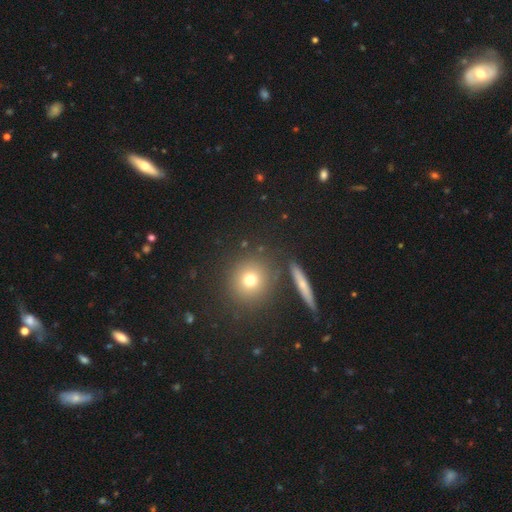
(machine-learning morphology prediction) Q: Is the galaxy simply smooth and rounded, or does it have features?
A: smooth — 54%.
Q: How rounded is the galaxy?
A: round — 83%.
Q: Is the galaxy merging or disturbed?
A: none — 83%.